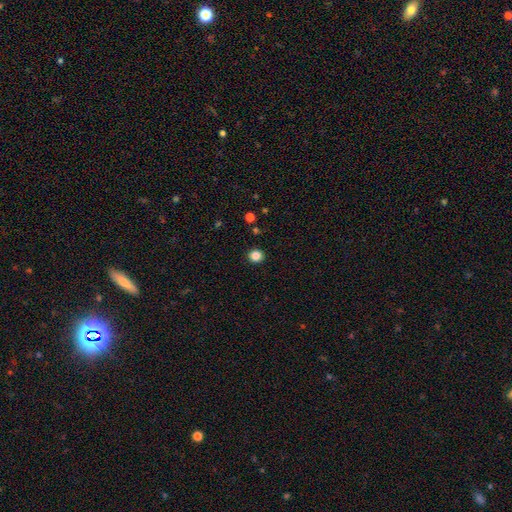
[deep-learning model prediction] This appears to be a smooth galaxy with no disk features (84%) that is round (87%). Merging: none (92%).